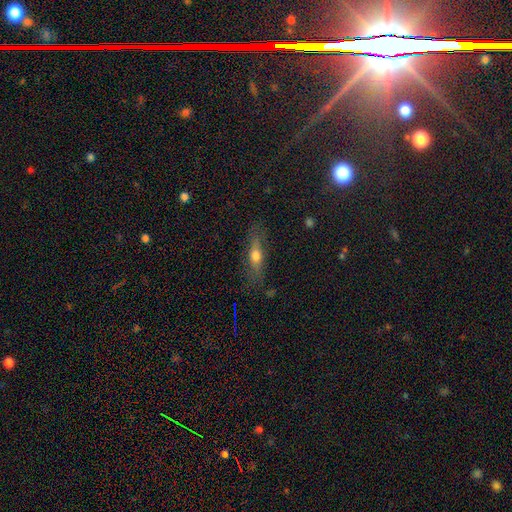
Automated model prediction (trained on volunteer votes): A smooth galaxy with no disk features (55%) that is cigar-shaped (57%). Merging: none (77%).